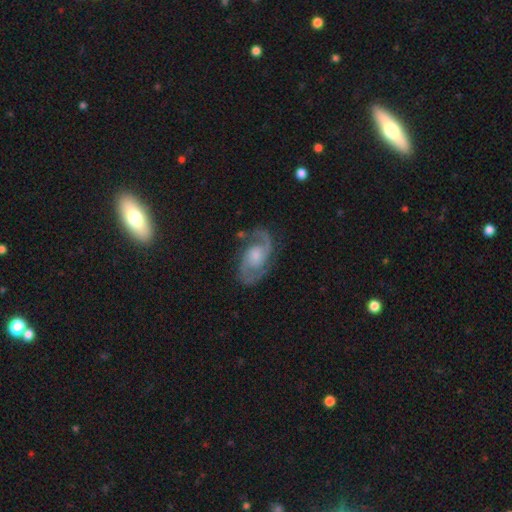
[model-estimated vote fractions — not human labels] This is clearly a featured or disk galaxy (91%). It is clearly not viewed edge-on (98%). Bar: likely no (62%). Spiral arm pattern: clearly yes (98%). Spiral arm count: clearly 2 (93%). Spiral winding: possibly medium (59%). Central bulge: marginally small (45%). Merging: likely none (78%).